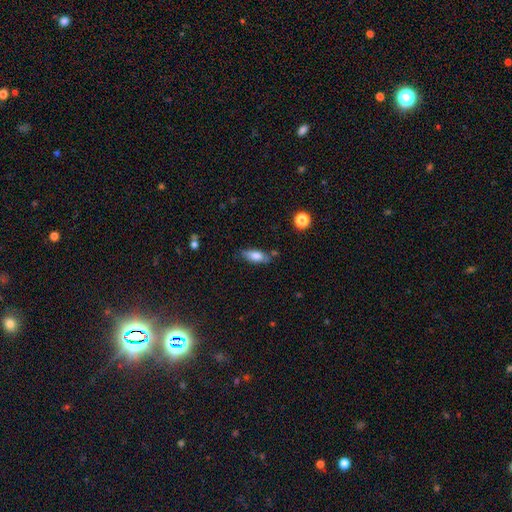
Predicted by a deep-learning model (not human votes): The model was most divided on "merging": none: 69%, minor disturbance: 20%, merger: 6%, major disturbance: 5%. More confident: smooth or featured — smooth (76%); how rounded — in between (75%).